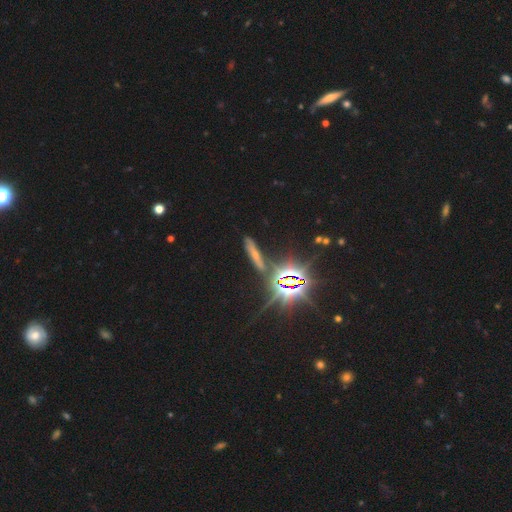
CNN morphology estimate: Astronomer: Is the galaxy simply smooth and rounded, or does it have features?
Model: star or artifact — 44% (runner-up: smooth, 34%).